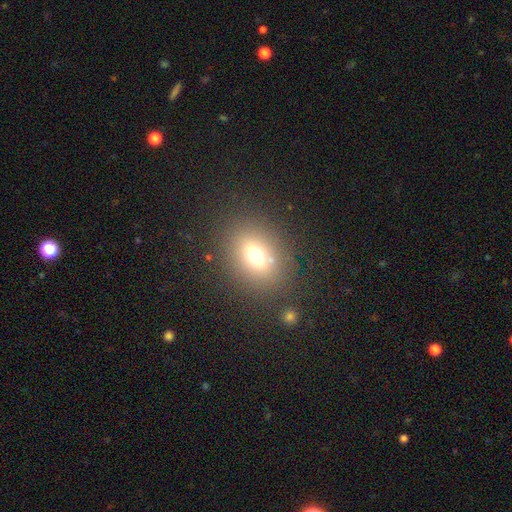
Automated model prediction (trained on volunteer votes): Smooth or featured? smooth (68%)
How rounded? in between (55%)
Merging? none (81%)